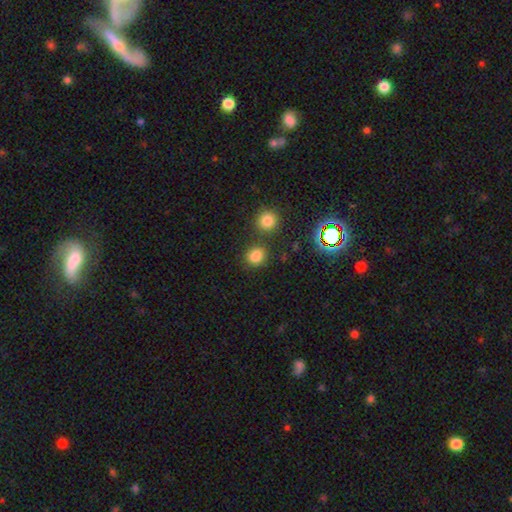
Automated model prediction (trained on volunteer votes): This is likely a smooth galaxy (79%). How rounded: likely round (64%). Merging: likely none (73%).